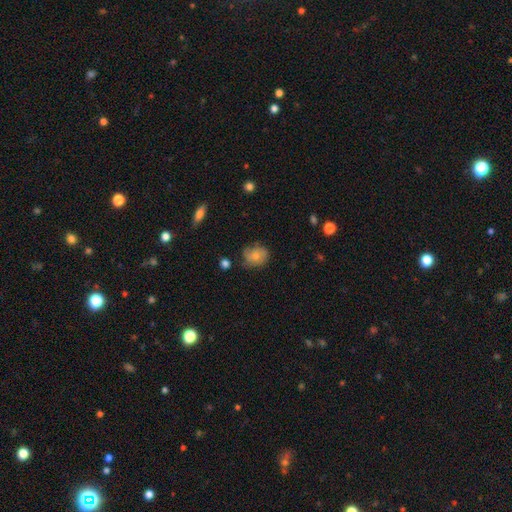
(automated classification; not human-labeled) smooth-or-featured: smooth: 52% | featured or disk: 40% | star or artifact: 9%
  how-rounded: round: 63% | in between: 36% | cigar-shaped: 1%
  merging: none: 63% | minor disturbance: 27% | major disturbance: 8% | merger: 2%